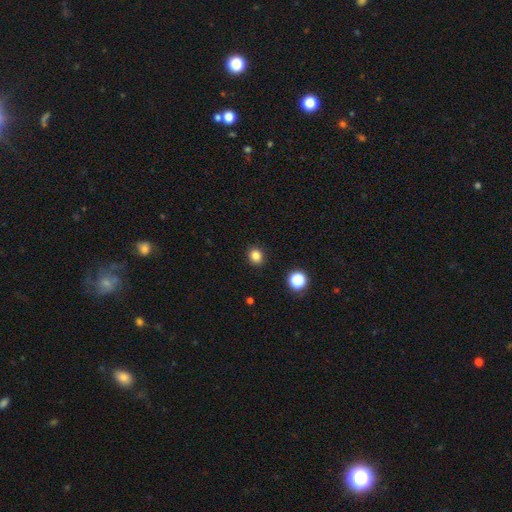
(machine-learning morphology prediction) type=smooth (83%); roundness=round (68%); merging=none (90%).